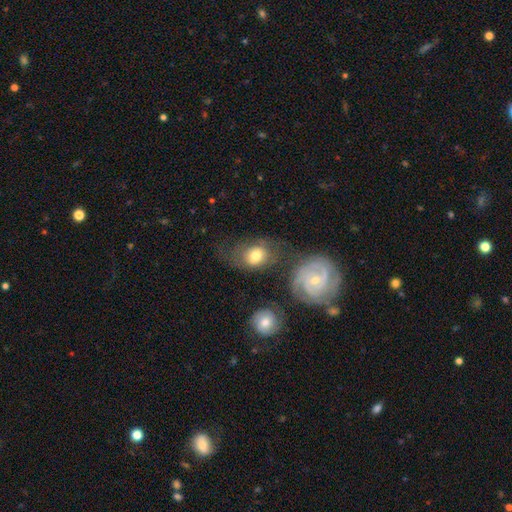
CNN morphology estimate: A smooth galaxy with no disk features (52%) that is in between round and cigar-shaped (51%).

Vote fractions:
- Smooth or featured? smooth: 52% / featured or disk: 39% / star or artifact: 9%
- How rounded? in between: 51% / round: 48% / cigar-shaped: 1%
- Merging? none: 44% / minor disturbance: 21% / major disturbance: 19% / merger: 16%